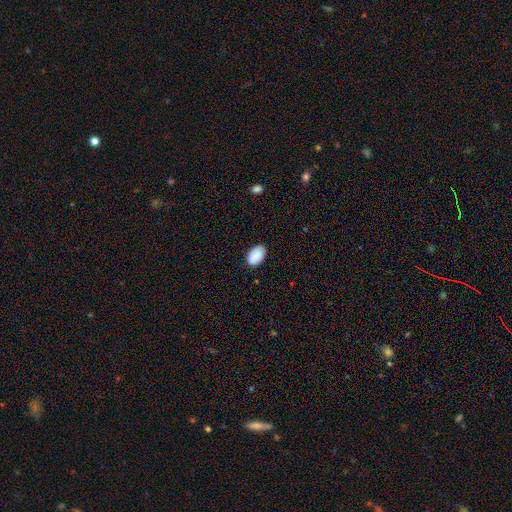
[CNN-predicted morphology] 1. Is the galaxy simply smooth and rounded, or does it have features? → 89% smooth, 6% star or artifact, 5% featured or disk.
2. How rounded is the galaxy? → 92% in between, 7% round, 1% cigar-shaped.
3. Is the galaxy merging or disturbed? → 85% none, 12% minor disturbance, 2% major disturbance, 1% merger.